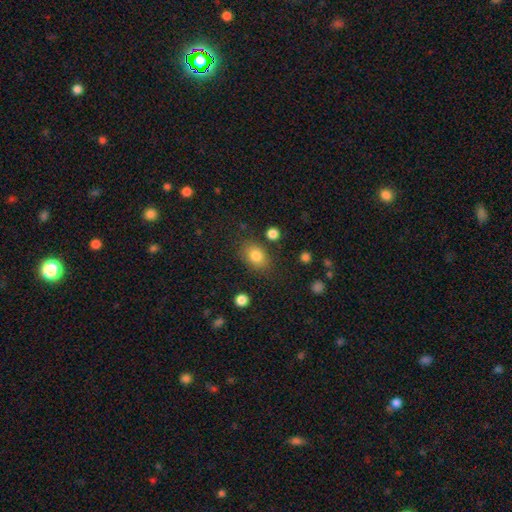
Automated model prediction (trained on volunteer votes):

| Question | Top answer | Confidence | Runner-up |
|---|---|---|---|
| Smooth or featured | smooth | 82% | star or artifact (10%) |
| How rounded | in between | 70% | round (29%) |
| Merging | none | 78% | minor disturbance (13%) |